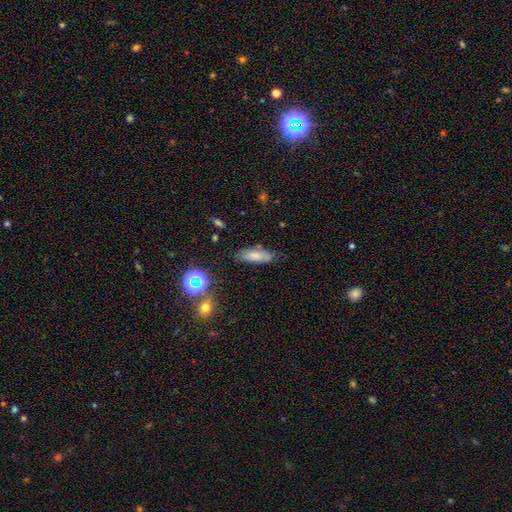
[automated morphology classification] Q: Smooth or featured?
A: smooth (71%); runner-up: featured or disk (17%)
Q: How rounded?
A: in between (62%); runner-up: cigar-shaped (36%)
Q: Merging?
A: none (72%); runner-up: minor disturbance (20%)